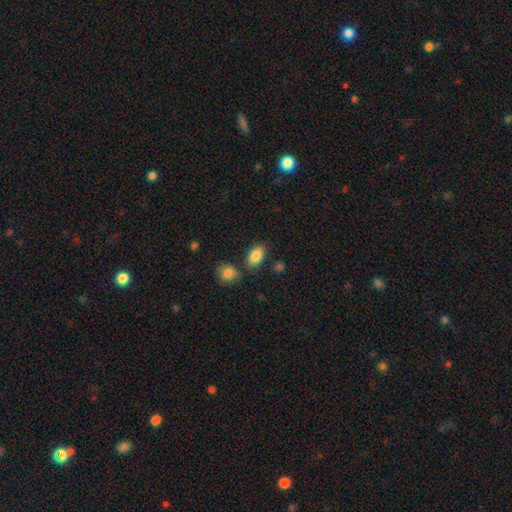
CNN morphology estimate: smooth_or_featured: smooth (p=0.87) [alt: star or artifact p=0.08]
how_rounded: in between (p=0.90) [alt: round p=0.08]
merging: none (p=0.78) [alt: minor disturbance p=0.12]